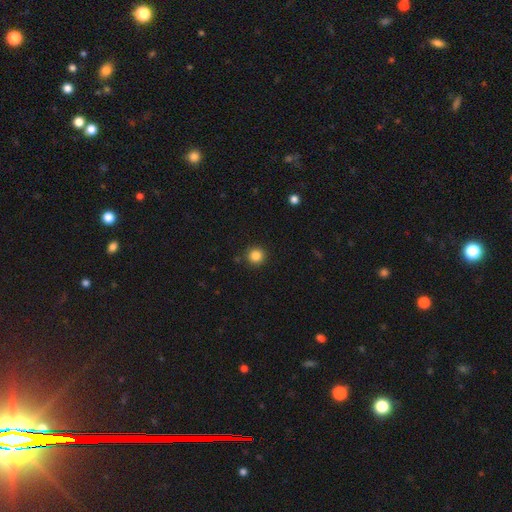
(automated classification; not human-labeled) Morphology: type=smooth (85%); roundness=round (95%); merging=none (91%).